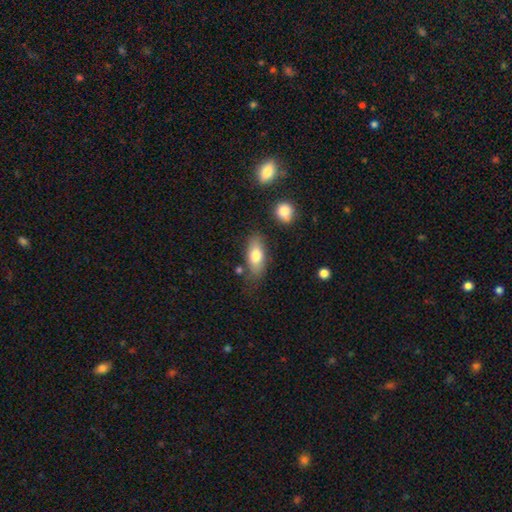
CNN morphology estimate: smooth_or_featured: smooth (p=0.76) [alt: featured or disk p=0.17]
how_rounded: in between (p=0.83) [alt: cigar-shaped p=0.13]
merging: none (p=0.72) [alt: minor disturbance p=0.18]